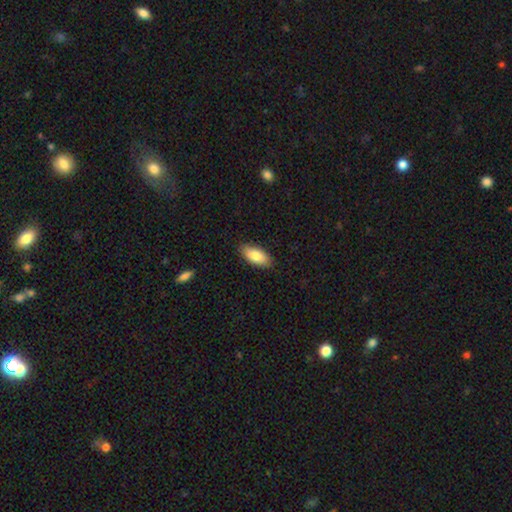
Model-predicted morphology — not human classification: Q: Smooth or featured?
A: smooth (83%); runner-up: featured or disk (11%)
Q: How rounded?
A: in between (88%); runner-up: cigar-shaped (10%)
Q: Merging?
A: none (86%); runner-up: minor disturbance (11%)